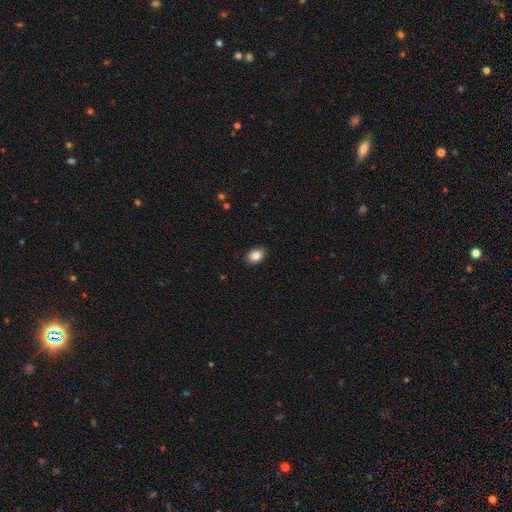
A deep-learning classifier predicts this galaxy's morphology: Smooth or featured? Predicted: smooth (p=0.86). How rounded? Predicted: in between (p=0.81). Merging? Predicted: none (p=0.89).